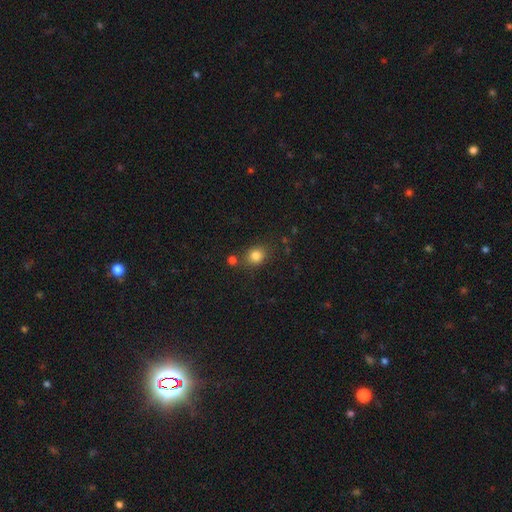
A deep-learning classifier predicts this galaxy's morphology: Smooth or featured? Predicted: smooth (p=0.82). How rounded? Predicted: round (p=0.66). Merging? Predicted: none (p=0.72).